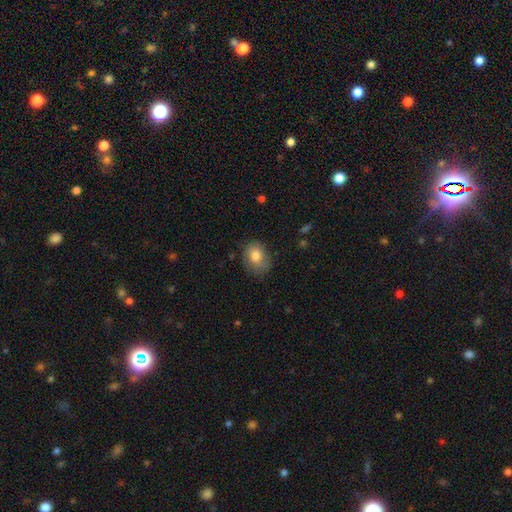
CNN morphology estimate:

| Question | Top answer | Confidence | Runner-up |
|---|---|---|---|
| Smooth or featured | smooth | 79% | featured or disk (13%) |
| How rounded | in between | 58% | round (41%) |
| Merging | none | 69% | minor disturbance (23%) |